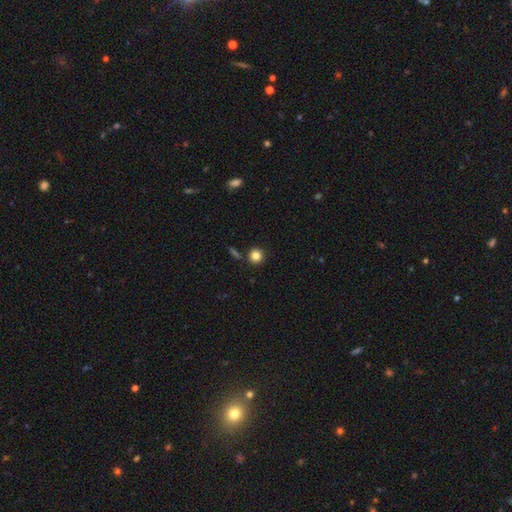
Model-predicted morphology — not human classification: Smooth or featured: smooth — 82% (star or artifact — 12%)
How rounded: round — 93% (in between — 6%)
Merging: none — 87% (minor disturbance — 6%)